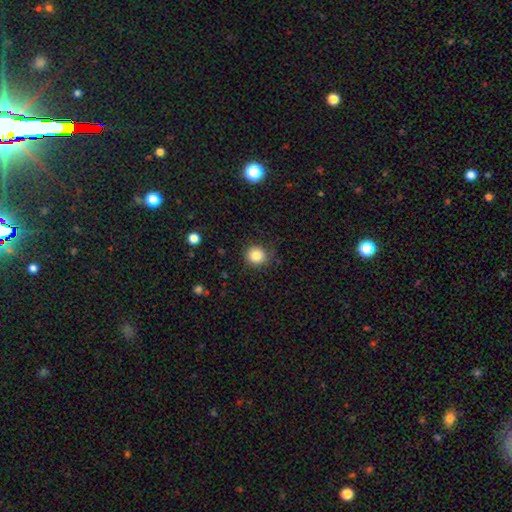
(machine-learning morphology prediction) Overall: smooth (84%). How rounded: round (91%). Merging: none (81%).